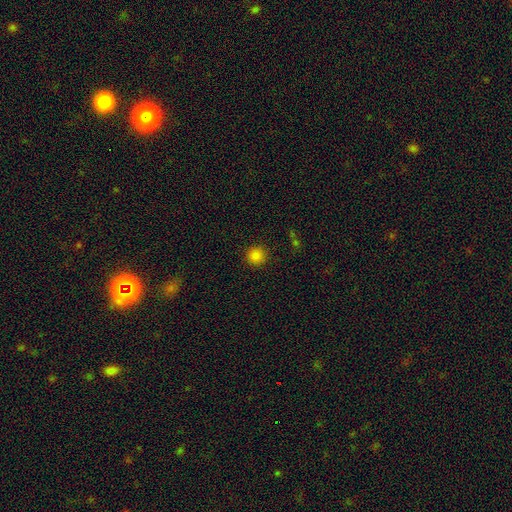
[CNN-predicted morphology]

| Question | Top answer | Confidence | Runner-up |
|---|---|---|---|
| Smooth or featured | smooth | 82% | star or artifact (13%) |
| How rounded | round | 95% | in between (5%) |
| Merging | none | 91% | minor disturbance (6%) |